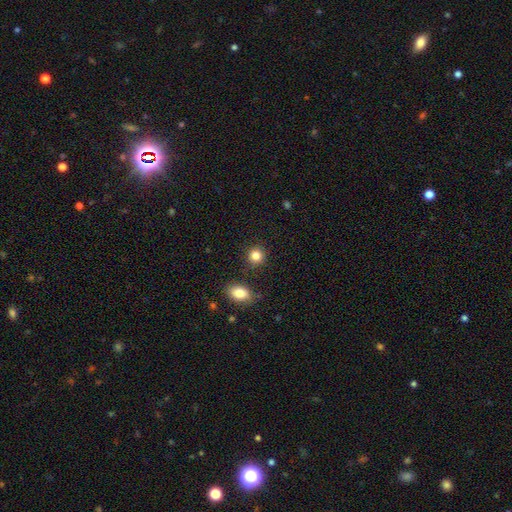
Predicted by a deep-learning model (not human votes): Smooth or featured? smooth (84%)
How rounded? round (86%)
Merging? none (88%)